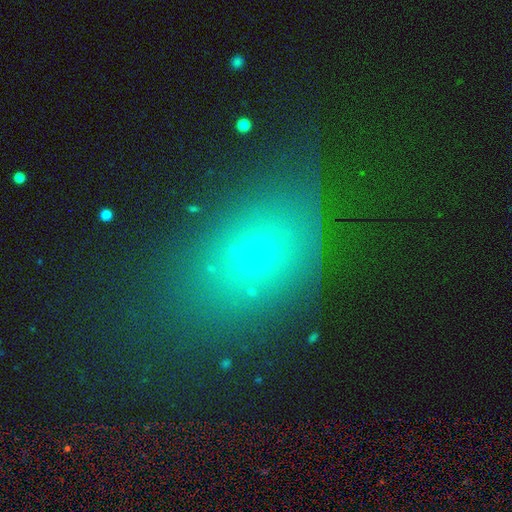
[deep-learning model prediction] This appears to be a smooth galaxy with no disk features (54%) that is in between round and cigar-shaped (59%). Merging: none (65%).